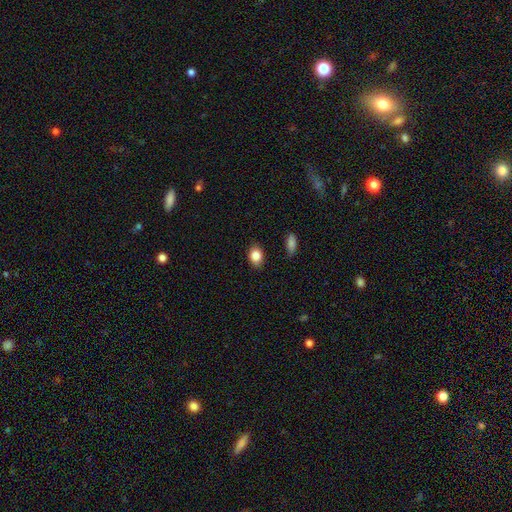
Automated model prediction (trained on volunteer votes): Morphology: type=smooth (85%); roundness=in between (71%); merging=none (86%).